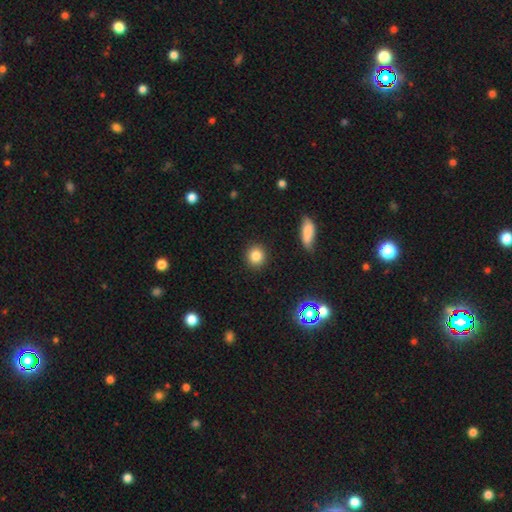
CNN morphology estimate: smooth-or-featured: smooth: 83% | star or artifact: 11% | featured or disk: 6%
  how-rounded: round: 88% | in between: 10% | cigar-shaped: 1%
  merging: none: 91% | minor disturbance: 6% | major disturbance: 2% | merger: 2%